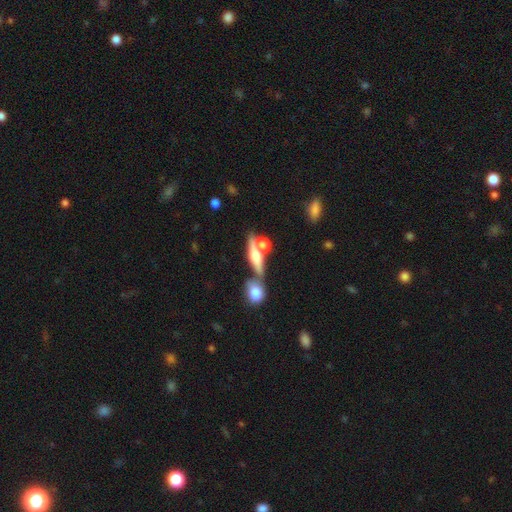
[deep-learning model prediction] A featured or disk galaxy (48%). Merging: none (51%).